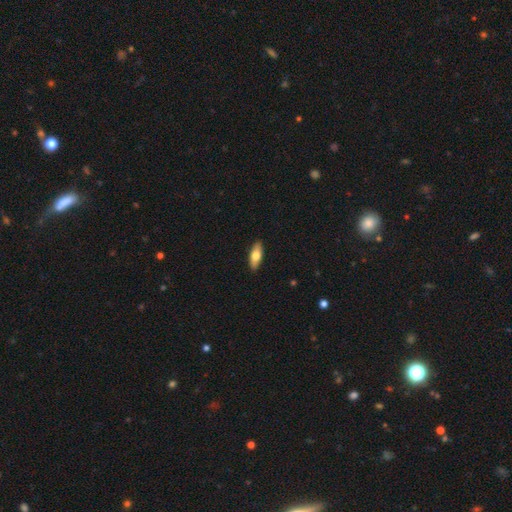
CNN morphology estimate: smooth-or-featured: smooth: 69% | featured or disk: 26% | star or artifact: 6%
  how-rounded: in between: 70% | cigar-shaped: 27% | round: 3%
  merging: none: 89% | minor disturbance: 8% | major disturbance: 2% | merger: 1%